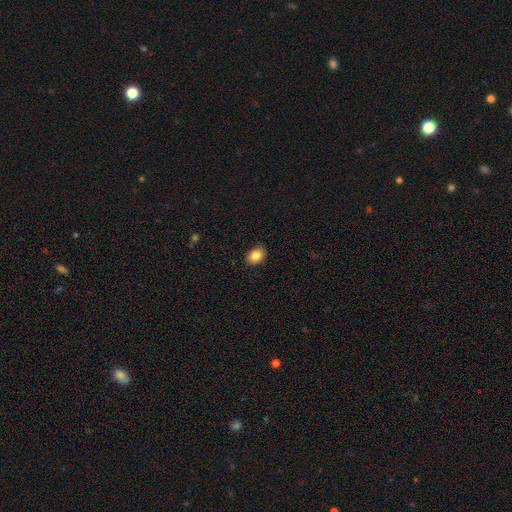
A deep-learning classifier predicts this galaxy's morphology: This is clearly a smooth galaxy (86%). How rounded: likely in between (68%). Merging: clearly none (88%).